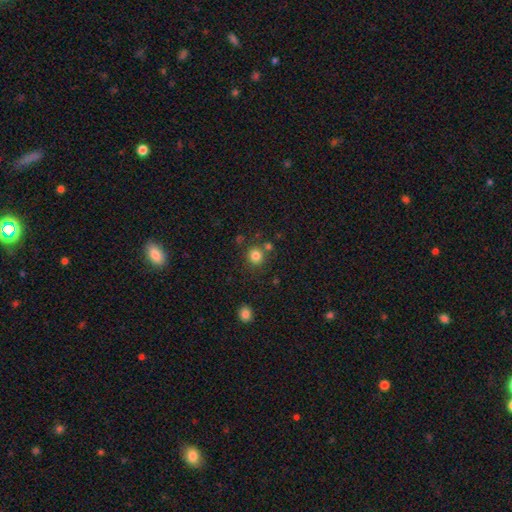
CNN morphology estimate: This appears to be a smooth galaxy with no disk features (82%) that is round (91%). Merging: none (78%).